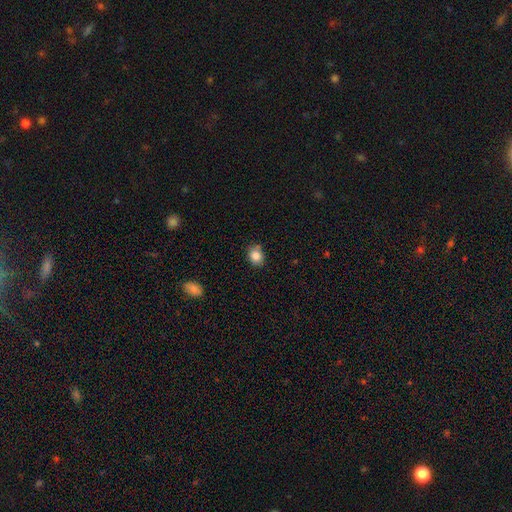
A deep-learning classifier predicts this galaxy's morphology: Smooth or featured? Predicted: smooth (p=0.84). How rounded? Predicted: round (p=0.57). Merging? Predicted: none (p=0.78).